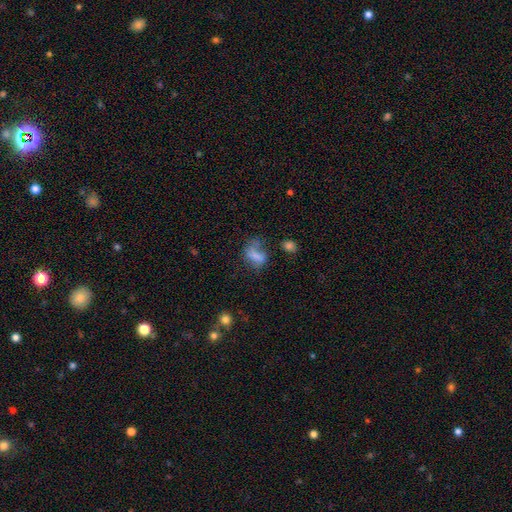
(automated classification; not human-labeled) A smooth galaxy with no disk features (66%) that is in between round and cigar-shaped (77%).

Vote fractions:
- Smooth or featured? smooth: 66% / featured or disk: 19% / star or artifact: 15%
- How rounded? in between: 77% / round: 18% / cigar-shaped: 5%
- Merging? none: 36% / major disturbance: 28% / minor disturbance: 25% / merger: 10%